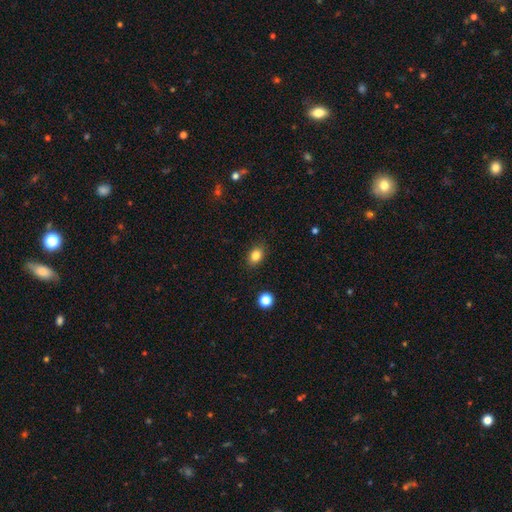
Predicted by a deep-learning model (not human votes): A smooth galaxy with no disk features (84%) that is in between round and cigar-shaped (69%). Merging: none (87%).